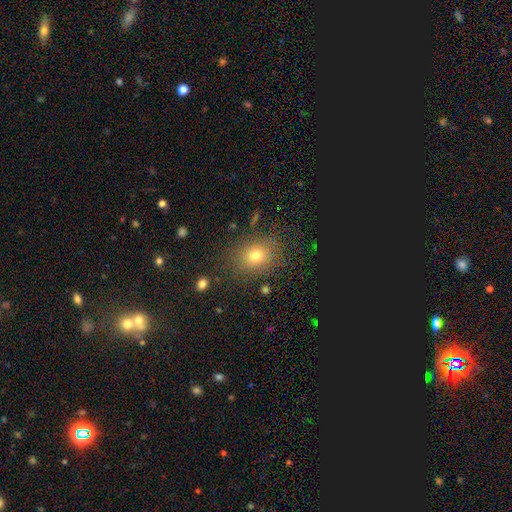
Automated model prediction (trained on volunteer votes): Smooth or featured? Predicted: smooth (p=0.75). How rounded? Predicted: round (p=0.55). Merging? Predicted: none (p=0.83).